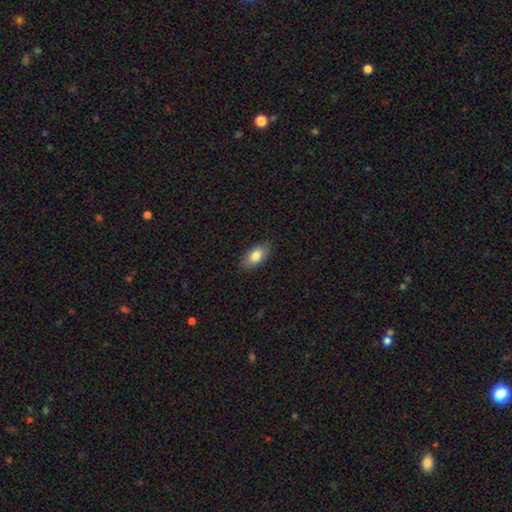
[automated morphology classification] A smooth galaxy with no disk features (81%) that is in between round and cigar-shaped (91%). Merging: none (85%).